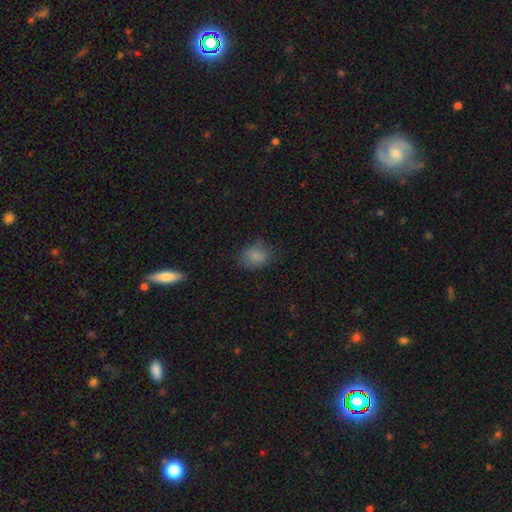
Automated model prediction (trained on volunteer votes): Morphology: type=smooth (83%); roundness=in between (61%); merging=none (71%).